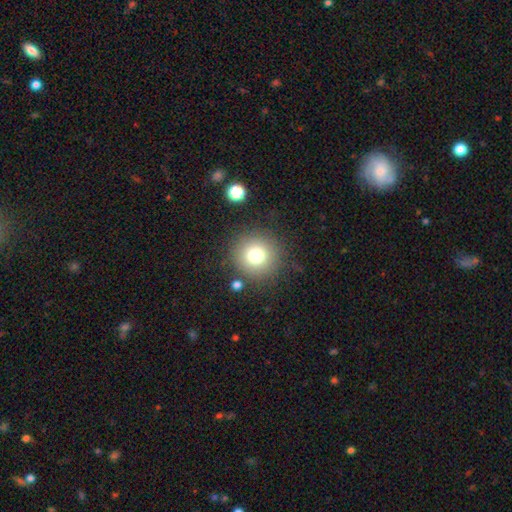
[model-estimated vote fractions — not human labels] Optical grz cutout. It shows a smooth galaxy with no disk features (75%) that is round (95%). Merging: none (85%).